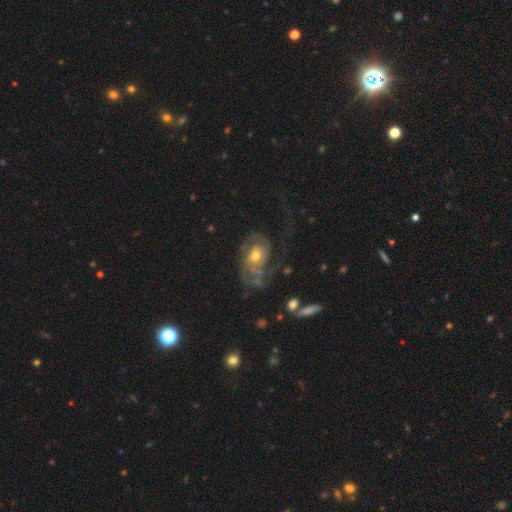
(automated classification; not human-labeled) smooth-or-featured: featured or disk: 74% | smooth: 18% | star or artifact: 8%
  disk-edge-on: no: 96% | yes: 4%
    bar: no: 72% | weak: 23% | strong: 5%
    has-spiral-arms: yes: 77% | no: 23%
      spiral-winding: medium: 38% | tight: 36% | loose: 26%
      spiral-arm-count: can't tell: 37% | 2: 34% | 1: 12% | 3: 10% | 4: 4% | more than 4: 4%
    bulge-size: moderate: 62% | small: 31% | large: 5% | none: 1% | dominant: 1%
  merging: major disturbance: 38% | none: 36% | minor disturbance: 20% | merger: 5%